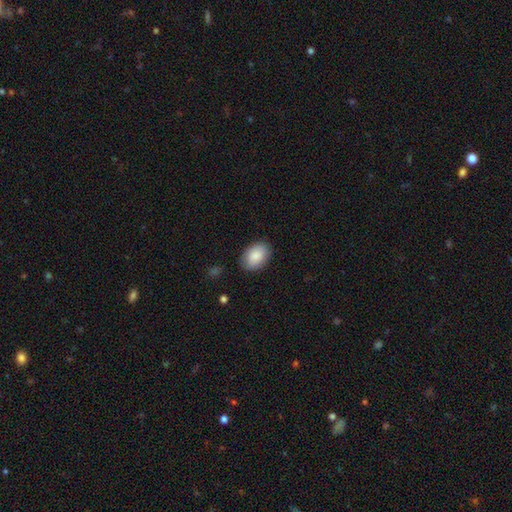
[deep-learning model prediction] Smooth or featured?
  - smooth: 87% *
  - featured or disk: 7%
  - star or artifact: 6%
How rounded?
  - in between: 85% *
  - round: 14%
  - cigar-shaped: 1%
Merging?
  - none: 85% *
  - minor disturbance: 11%
  - major disturbance: 3%
  - merger: 1%